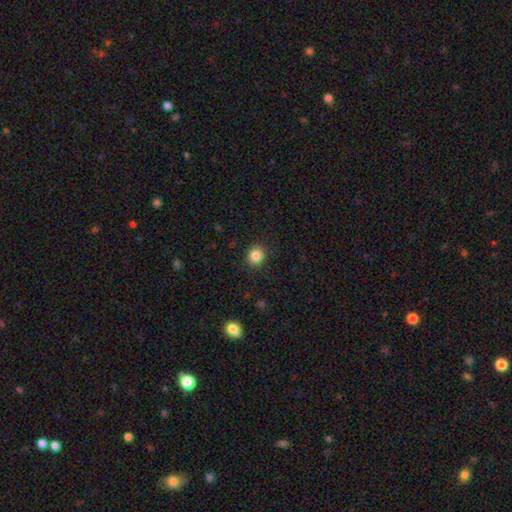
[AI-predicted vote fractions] Smooth or featured? Predicted: smooth (p=0.85). How rounded? Predicted: round (p=0.78). Merging? Predicted: none (p=0.89).